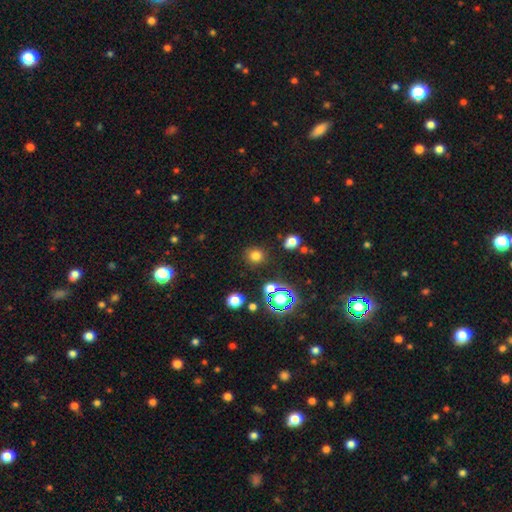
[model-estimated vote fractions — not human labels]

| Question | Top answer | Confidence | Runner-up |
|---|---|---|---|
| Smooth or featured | smooth | 73% | star or artifact (21%) |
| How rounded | round | 87% | in between (12%) |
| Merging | none | 85% | minor disturbance (8%) |